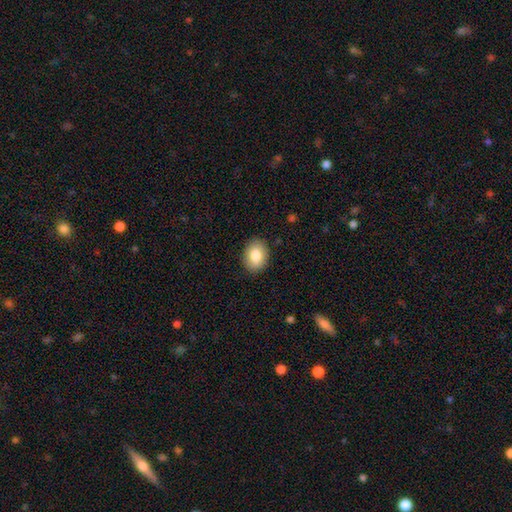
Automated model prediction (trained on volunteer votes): A smooth galaxy with no disk features (84%) that is in between round and cigar-shaped (71%).

Vote fractions:
- Smooth or featured? smooth: 84% / featured or disk: 8% / star or artifact: 7%
- How rounded? in between: 71% / round: 28% / cigar-shaped: 1%
- Merging? none: 88% / minor disturbance: 9% / major disturbance: 2% / merger: 1%